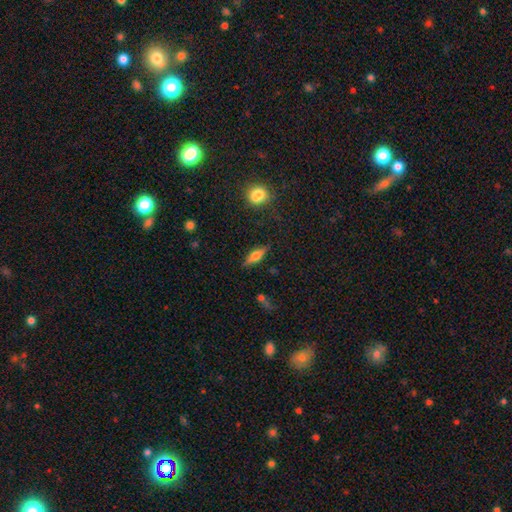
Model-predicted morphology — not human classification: Smooth or featured? Predicted: featured or disk (p=0.49). Merging? Predicted: none (p=0.85).